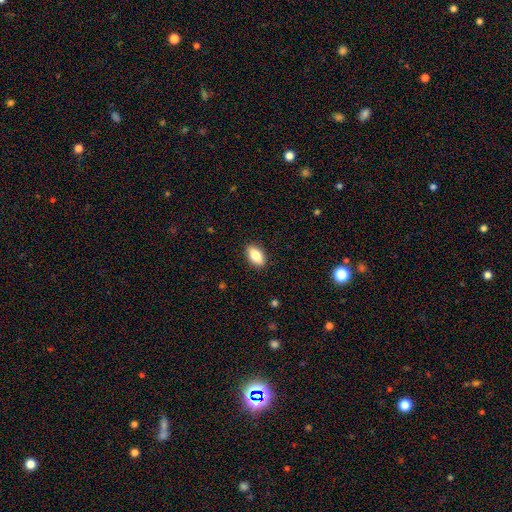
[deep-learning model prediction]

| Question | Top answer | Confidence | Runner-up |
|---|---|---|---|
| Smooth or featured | smooth | 79% | featured or disk (13%) |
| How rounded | in between | 89% | cigar-shaped (6%) |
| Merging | none | 88% | minor disturbance (9%) |